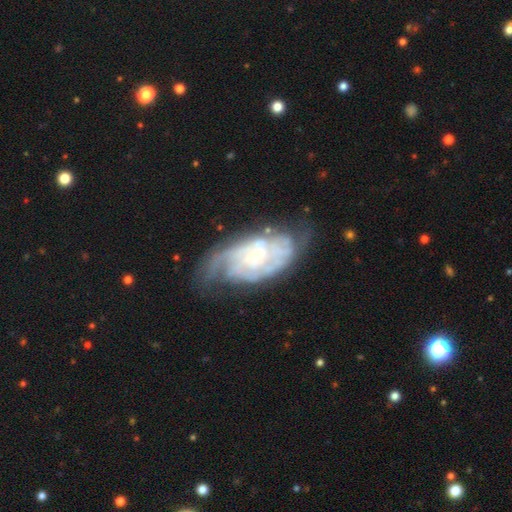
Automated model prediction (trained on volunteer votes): A featured or disk galaxy (84%) with no bar (69%), tight (64%) spiral arms (92%) and a small central bulge (72%).

Vote fractions:
- Smooth or featured? featured or disk: 84% / smooth: 10% / star or artifact: 6%
- Edge-on disk? no: 95% / yes: 5%
- Bar? no: 69% / weak: 26% / strong: 6%
- Spiral arms? yes: 92% / no: 8%
- Spiral winding? tight: 64% / medium: 29% / loose: 8%
- Spiral arm count? can't tell: 42% / 2: 26% / 3: 14% / 4: 9% / 1: 5% / more than 4: 5%
- Bulge size? small: 72% / moderate: 23% / none: 3% / large: 2% / dominant: 1%
- Merging? none: 57% / minor disturbance: 25% / major disturbance: 15% / merger: 3%